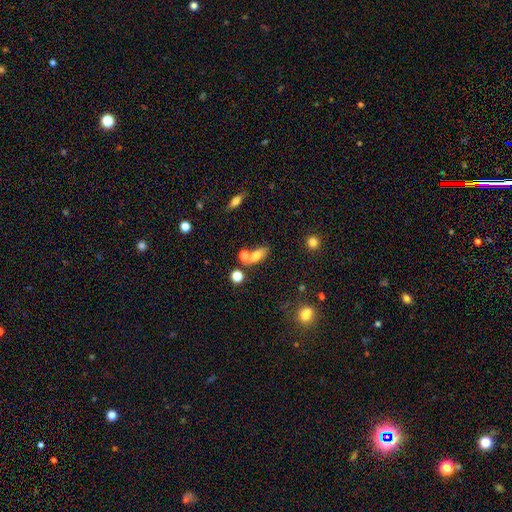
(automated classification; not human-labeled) This appears to be a smooth galaxy with no disk features (72%) that is in between round and cigar-shaped (76%). Merging: none (51%).